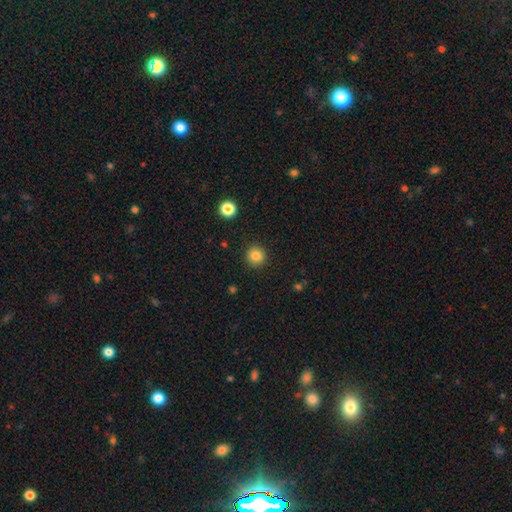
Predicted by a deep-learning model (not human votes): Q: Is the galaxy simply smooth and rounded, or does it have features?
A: smooth — 83%.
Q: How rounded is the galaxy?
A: round — 94%.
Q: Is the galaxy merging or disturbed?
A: none — 91%.